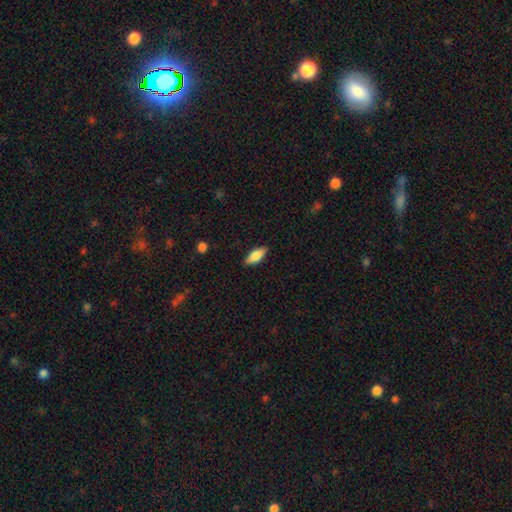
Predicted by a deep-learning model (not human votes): Smooth or featured? smooth (79%)
How rounded? in between (75%)
Merging? none (86%)